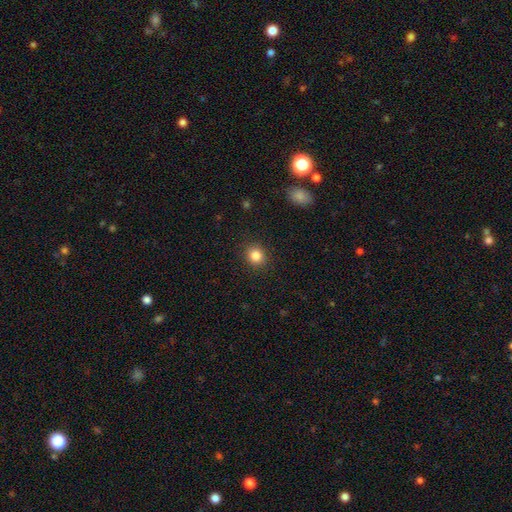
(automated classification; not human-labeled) smooth_or_featured: smooth (p=0.84) [alt: star or artifact p=0.11]
how_rounded: round (p=0.82) [alt: in between p=0.17]
merging: none (p=0.90) [alt: minor disturbance p=0.07]